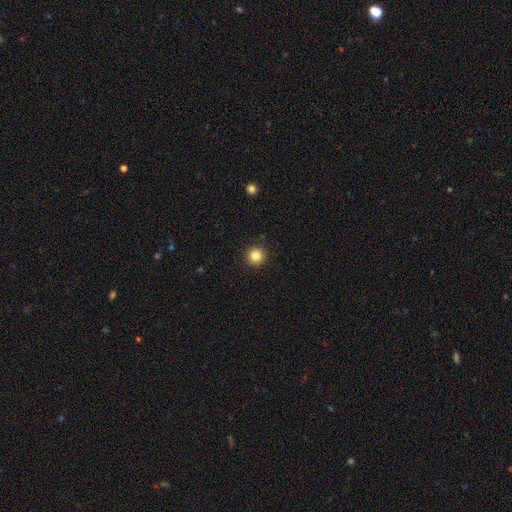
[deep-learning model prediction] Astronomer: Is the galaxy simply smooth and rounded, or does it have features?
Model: smooth — 84%.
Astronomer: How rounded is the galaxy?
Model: round — 96%.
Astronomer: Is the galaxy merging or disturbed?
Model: none — 92%.